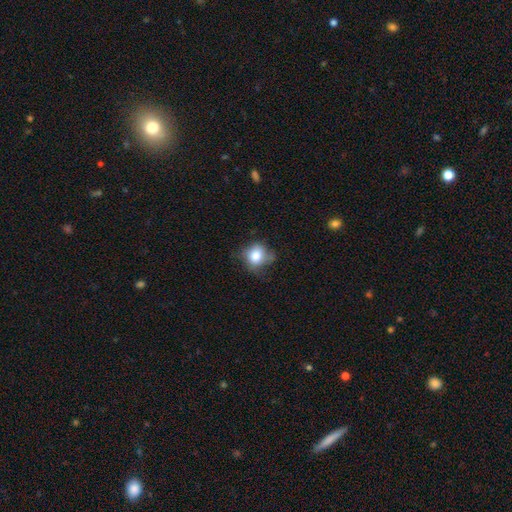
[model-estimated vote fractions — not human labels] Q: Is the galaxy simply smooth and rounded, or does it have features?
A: smooth — 79%.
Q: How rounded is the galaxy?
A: round — 70%.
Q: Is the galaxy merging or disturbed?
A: none — 51%.